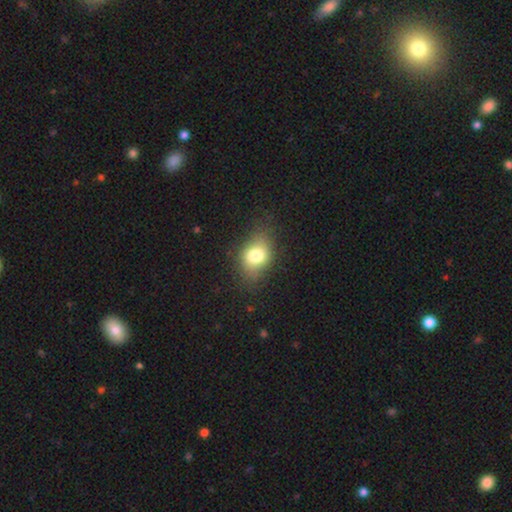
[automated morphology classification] The model was most divided on "how rounded": in between: 68%, round: 30%, cigar-shaped: 2%. More confident: smooth or featured — smooth (76%); merging — none (73%).